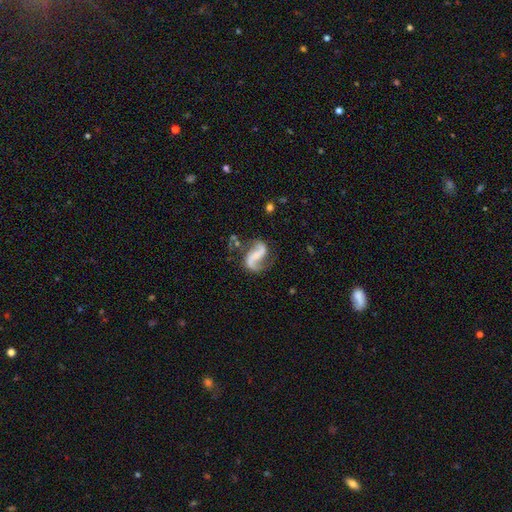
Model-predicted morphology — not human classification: A featured or disk galaxy (87%) with a weak bar (36%), 2 (92%) loose (69%) spiral arms (96%) and a small central bulge (42%).

Vote fractions:
- Smooth or featured? featured or disk: 87% / smooth: 7% / star or artifact: 5%
- Edge-on disk? no: 98% / yes: 2%
- Bar? weak: 36% / no: 32% / strong: 32%
- Spiral arms? yes: 96% / no: 4%
- Spiral winding? loose: 69% / medium: 25% / tight: 6%
- Spiral arm count? 2: 92% / 1: 3% / can't tell: 2% / 3: 1% / 4: 1% / more than 4: 1%
- Bulge size? small: 42% / none: 33% / moderate: 20% / large: 4% / dominant: 1%
- Merging? none: 67% / minor disturbance: 17% / major disturbance: 11% / merger: 5%